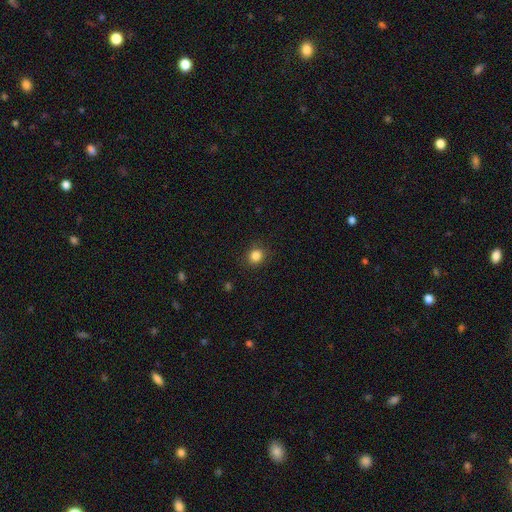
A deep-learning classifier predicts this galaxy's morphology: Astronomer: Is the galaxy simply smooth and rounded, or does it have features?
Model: smooth — 84%.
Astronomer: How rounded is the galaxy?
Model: round — 85%.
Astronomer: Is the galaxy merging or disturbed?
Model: none — 88%.